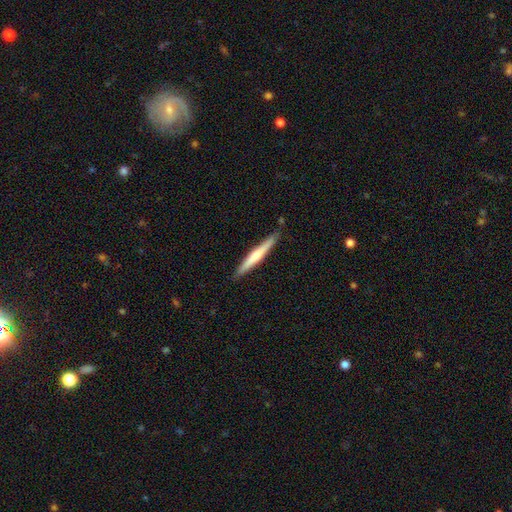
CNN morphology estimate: A smooth galaxy with no disk features (51%) that is cigar-shaped (96%). Merging: none (88%).